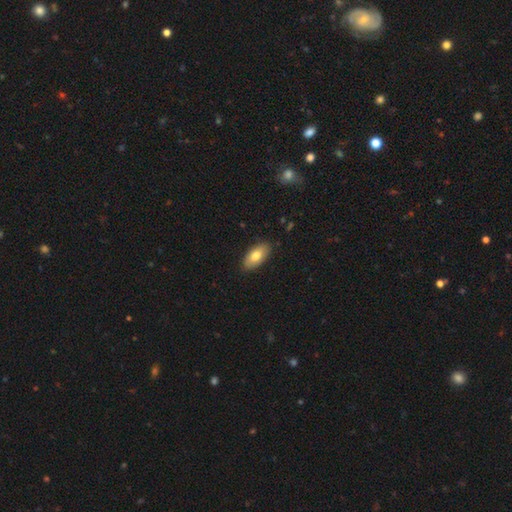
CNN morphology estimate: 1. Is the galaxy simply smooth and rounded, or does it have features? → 76% smooth, 18% featured or disk, 6% star or artifact.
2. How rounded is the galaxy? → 92% in between, 6% cigar-shaped, 3% round.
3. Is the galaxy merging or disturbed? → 87% none, 11% minor disturbance, 2% major disturbance, 1% merger.